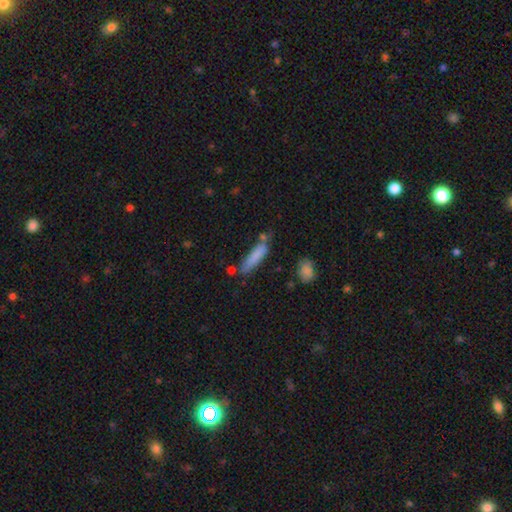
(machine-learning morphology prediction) A smooth galaxy with no disk features (79%) that is cigar-shaped (79%).

Vote fractions:
- Smooth or featured? smooth: 79% / featured or disk: 13% / star or artifact: 7%
- How rounded? cigar-shaped: 79% / in between: 19% / round: 2%
- Merging? none: 66% / minor disturbance: 20% / merger: 9% / major disturbance: 5%